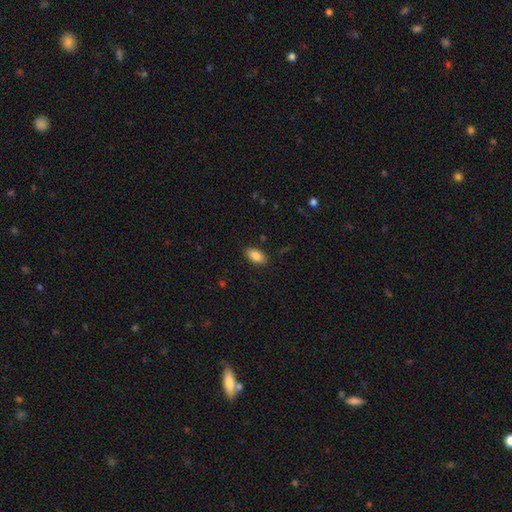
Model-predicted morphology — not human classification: Smooth or featured?
  - smooth: 86% *
  - star or artifact: 7%
  - featured or disk: 7%
How rounded?
  - in between: 92% *
  - cigar-shaped: 4%
  - round: 4%
Merging?
  - none: 87% *
  - minor disturbance: 10%
  - major disturbance: 2%
  - merger: 1%